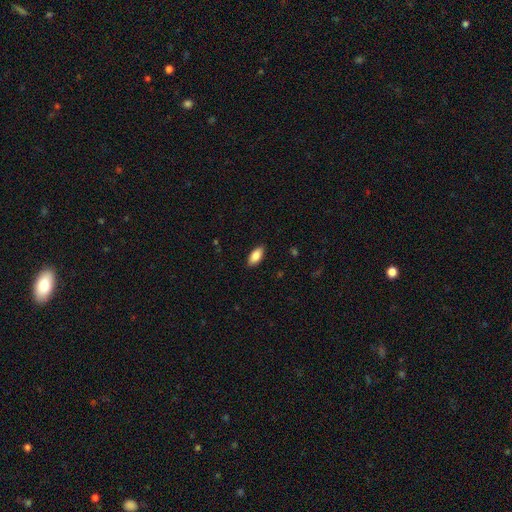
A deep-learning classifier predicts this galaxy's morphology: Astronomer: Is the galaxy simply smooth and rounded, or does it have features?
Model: smooth — 87%.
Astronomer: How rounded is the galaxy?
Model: in between — 91%.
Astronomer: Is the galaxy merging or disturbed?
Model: none — 88%.